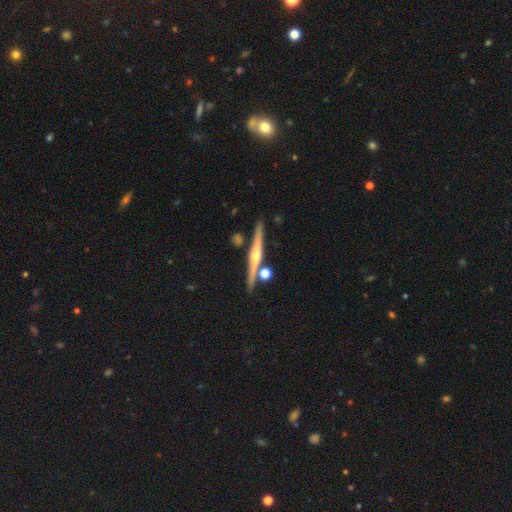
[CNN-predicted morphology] Smooth or featured: featured or disk — 78% (smooth — 16%)
Edge-on disk: yes — 98% (no — 2%)
Edge-on bulge: rounded — 91% (none — 6%)
Merging: none — 84% (minor disturbance — 8%)